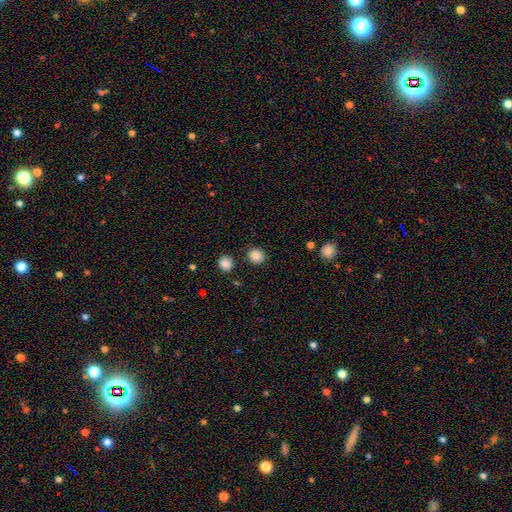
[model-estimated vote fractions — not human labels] A smooth galaxy with no disk features (86%) that is round (86%). Merging: none (88%).